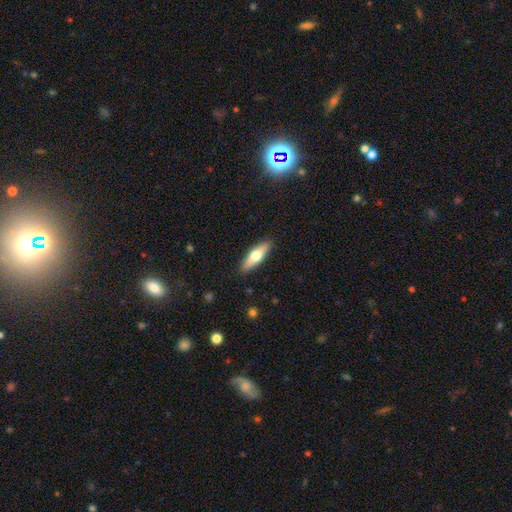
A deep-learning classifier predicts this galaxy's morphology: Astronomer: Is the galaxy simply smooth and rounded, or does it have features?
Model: smooth — 56% (runner-up: featured or disk, 39%).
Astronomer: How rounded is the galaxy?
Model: cigar-shaped — 54% (runner-up: in between, 44%).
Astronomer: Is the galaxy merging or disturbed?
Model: none — 89%.